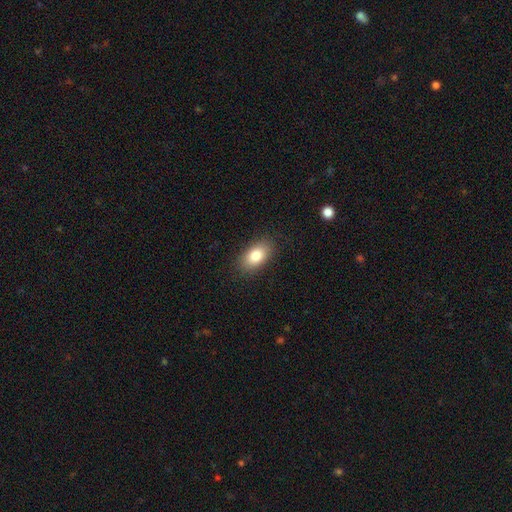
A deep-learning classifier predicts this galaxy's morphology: This is clearly a smooth galaxy (82%). How rounded: clearly in between (90%). Merging: clearly none (86%).